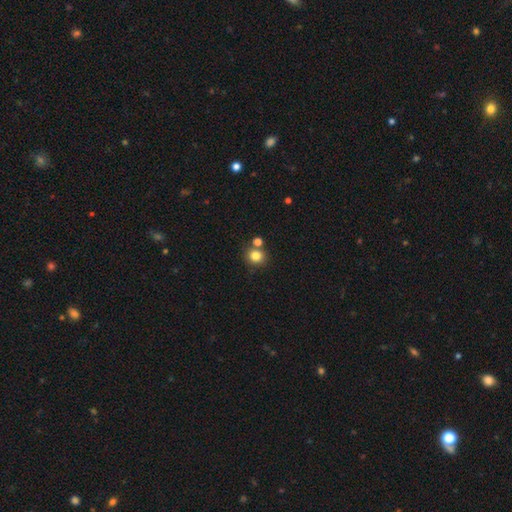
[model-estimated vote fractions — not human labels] This appears to be a smooth galaxy with no disk features (82%) that is round (85%). Merging: none (69%).